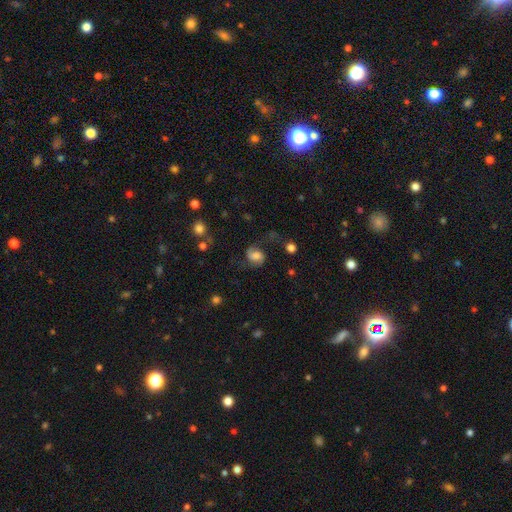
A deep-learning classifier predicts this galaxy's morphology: Smooth or featured? featured or disk (67%)
Edge-on disk? no (98%)
Bar? no (52%)
Spiral arms? yes (93%)
Spiral winding? loose (44%)
Spiral arm count? 2 (89%)
Bulge size? moderate (45%)
Merging? none (63%)